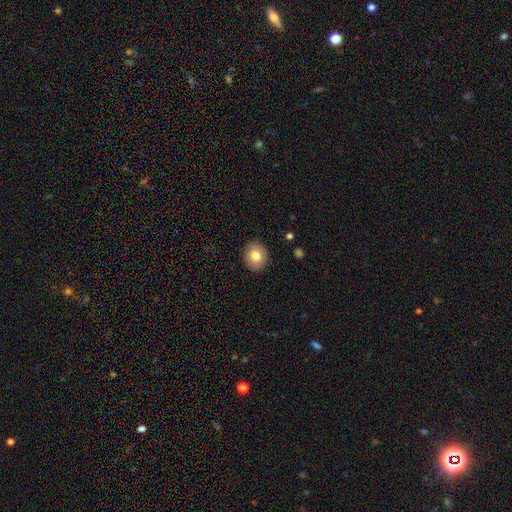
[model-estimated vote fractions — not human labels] Smooth or featured? smooth (81%)
How rounded? round (68%)
Merging? none (90%)